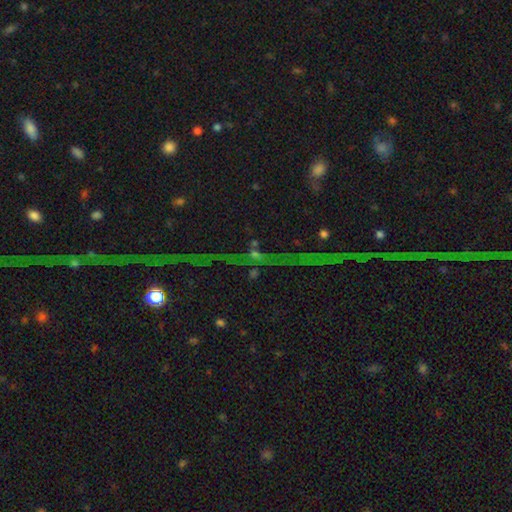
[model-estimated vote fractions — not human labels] Overall: star or artifact (67%).